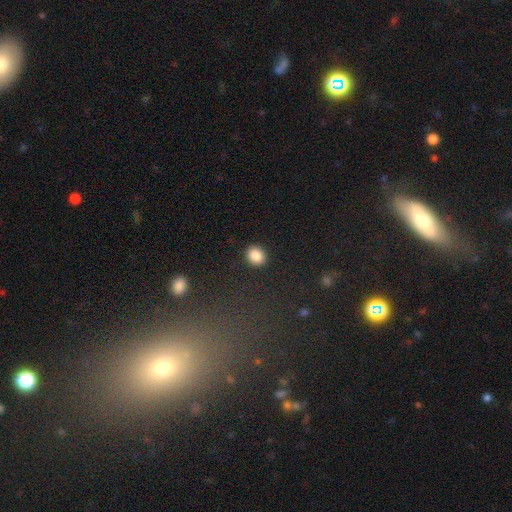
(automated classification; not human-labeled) smooth-or-featured: smooth: 88% | star or artifact: 9% | featured or disk: 4%
  how-rounded: round: 68% | in between: 31% | cigar-shaped: 1%
  merging: none: 90% | minor disturbance: 7% | major disturbance: 2% | merger: 1%